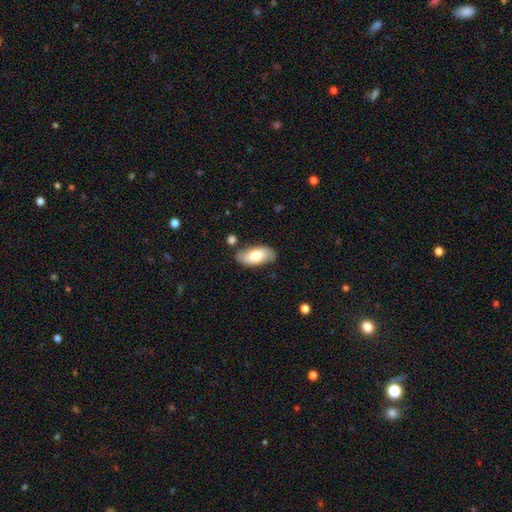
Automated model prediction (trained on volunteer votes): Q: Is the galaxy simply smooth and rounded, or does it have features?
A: smooth — 70%.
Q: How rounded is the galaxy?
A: in between — 92%.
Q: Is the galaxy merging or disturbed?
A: none — 80%.